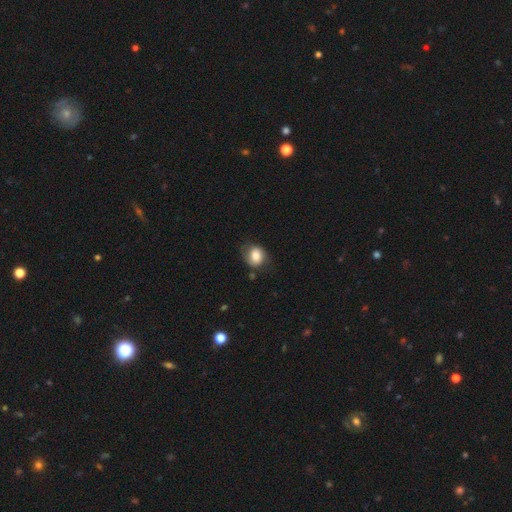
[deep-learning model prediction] A smooth galaxy with no disk features (76%) that is round (58%). Merging: none (63%).